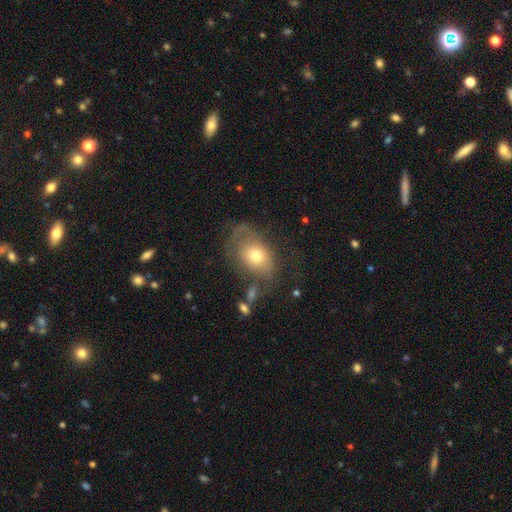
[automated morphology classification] smooth_or_featured: smooth (p=0.59) [alt: featured or disk p=0.32]
how_rounded: in between (p=0.72) [alt: round p=0.27]
merging: none (p=0.40) [alt: major disturbance p=0.30]